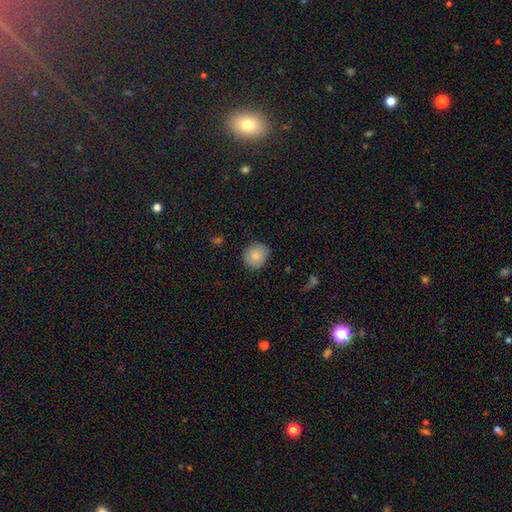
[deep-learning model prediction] smooth-or-featured: smooth: 84% | star or artifact: 8% | featured or disk: 8%
  how-rounded: round: 79% | in between: 20% | cigar-shaped: 1%
  merging: none: 85% | minor disturbance: 12% | major disturbance: 2% | merger: 1%